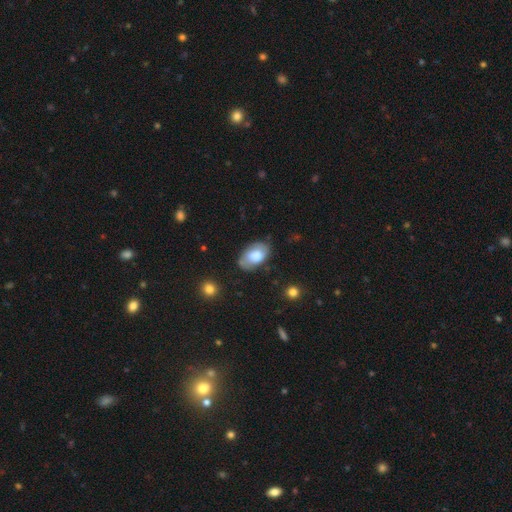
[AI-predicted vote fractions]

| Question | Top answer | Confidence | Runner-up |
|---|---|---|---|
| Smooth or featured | smooth | 69% | featured or disk (24%) |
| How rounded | in between | 93% | round (6%) |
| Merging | none | 70% | minor disturbance (22%) |